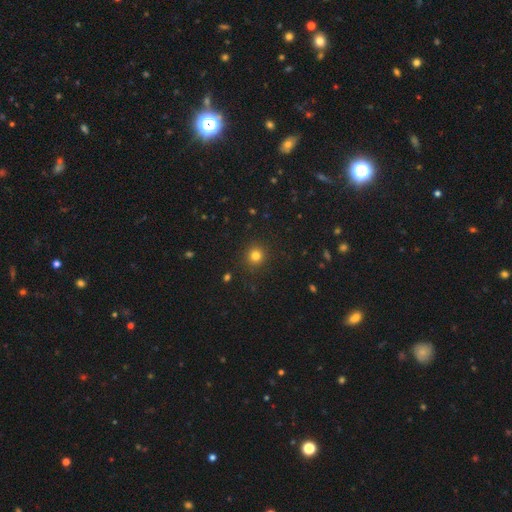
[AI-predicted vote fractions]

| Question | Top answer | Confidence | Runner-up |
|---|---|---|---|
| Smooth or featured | smooth | 80% | star or artifact (14%) |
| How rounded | round | 92% | in between (7%) |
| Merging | none | 91% | minor disturbance (6%) |